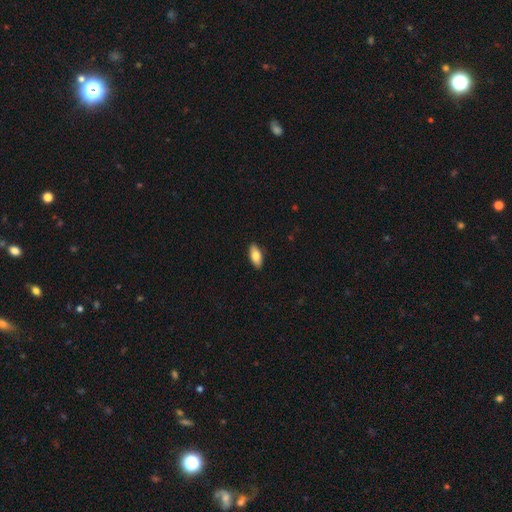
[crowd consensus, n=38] Volunteers were most divided on "smooth or featured": smooth: 79%, featured or disk: 16%, star or artifact: 5%. More confident: merging — none (92%); how rounded — in between (87%).